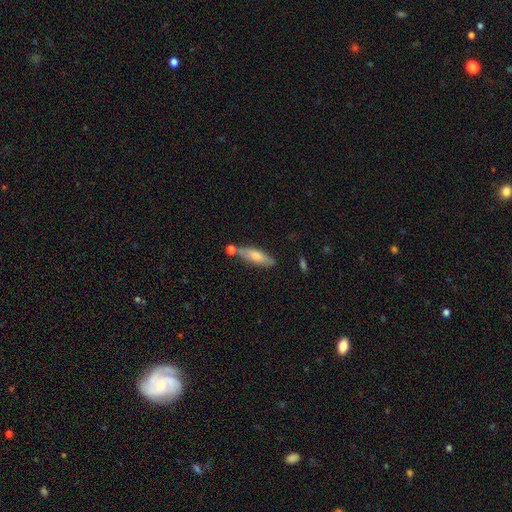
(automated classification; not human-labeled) A smooth galaxy with no disk features (62%) that is cigar-shaped (59%).

Vote fractions:
- Smooth or featured? smooth: 62% / featured or disk: 32% / star or artifact: 6%
- How rounded? cigar-shaped: 59% / in between: 39% / round: 2%
- Merging? none: 74% / minor disturbance: 14% / merger: 9% / major disturbance: 3%